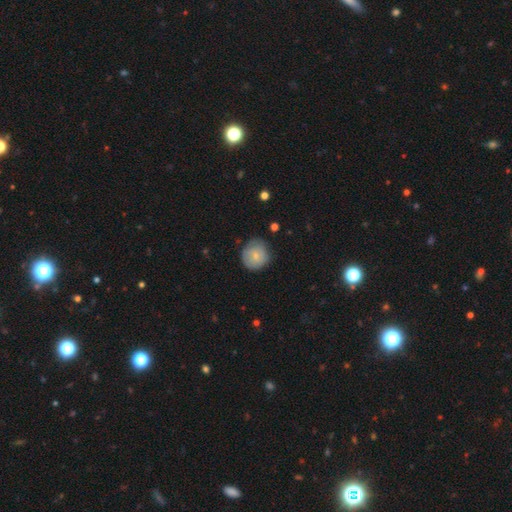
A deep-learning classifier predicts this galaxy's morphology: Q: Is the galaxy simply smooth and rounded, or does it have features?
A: smooth — 66%.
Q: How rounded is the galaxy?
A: round — 88%.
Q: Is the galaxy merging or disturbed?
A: none — 71%.